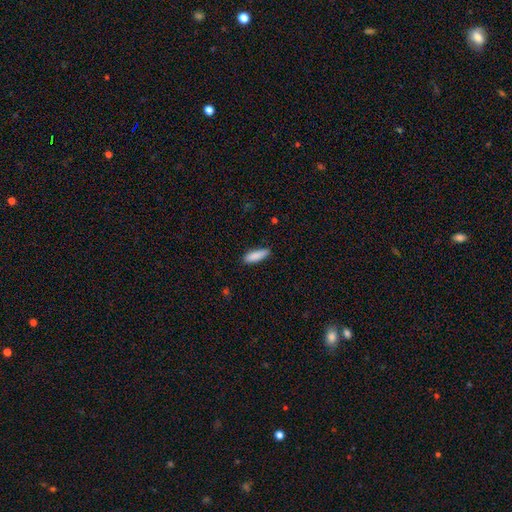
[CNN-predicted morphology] Overall: smooth (88%). How rounded: cigar-shaped (49%, tied with in between). Merging: none (84%).